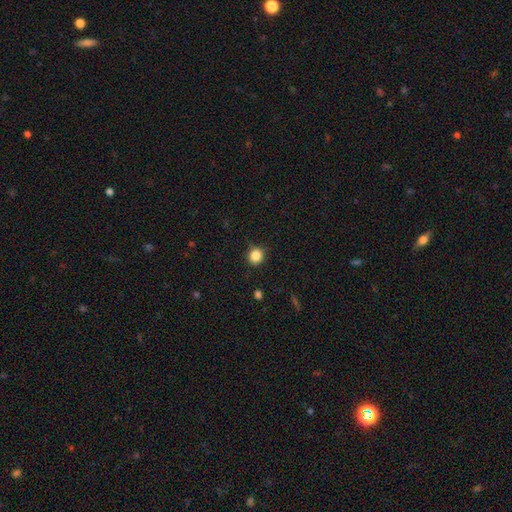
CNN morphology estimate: type=smooth (85%); roundness=round (86%); merging=none (86%).